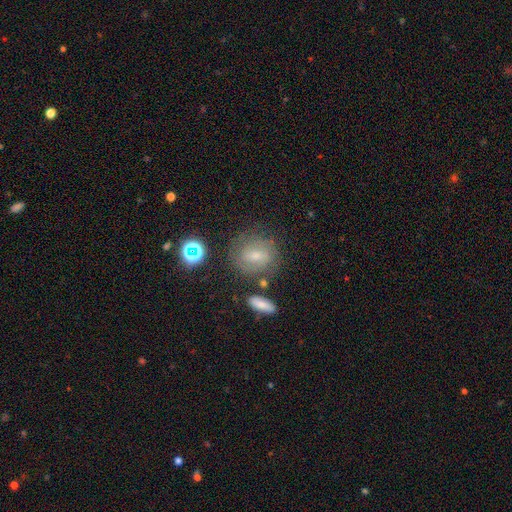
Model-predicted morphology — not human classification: smooth_or_featured: smooth (p=0.49) [alt: featured or disk p=0.36]
merging: none (p=0.71) [alt: minor disturbance p=0.17]